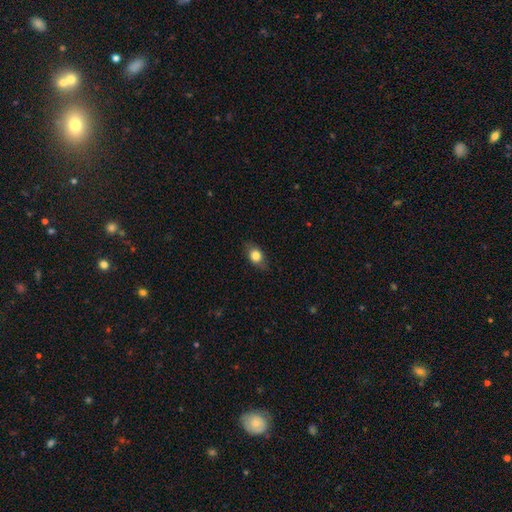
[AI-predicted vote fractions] A smooth galaxy with no disk features (77%) that is in between round and cigar-shaped (71%).

Vote fractions:
- Smooth or featured? smooth: 77% / featured or disk: 14% / star or artifact: 8%
- How rounded? in between: 71% / round: 25% / cigar-shaped: 4%
- Merging? none: 81% / minor disturbance: 14% / major disturbance: 3% / merger: 1%